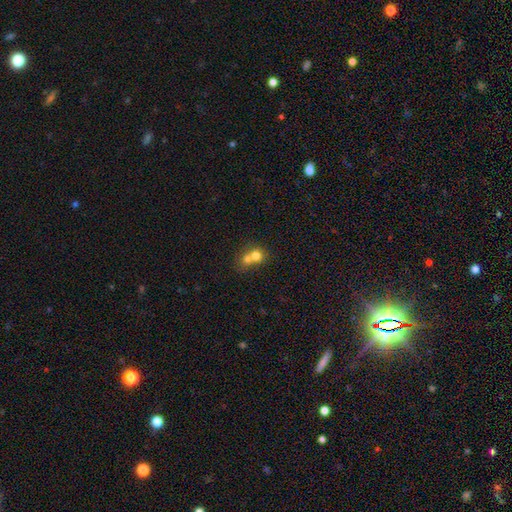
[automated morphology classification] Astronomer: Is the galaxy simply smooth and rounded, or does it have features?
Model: smooth — 73%.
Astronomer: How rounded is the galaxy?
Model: round — 77%.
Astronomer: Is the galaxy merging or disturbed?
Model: merger — 68%.